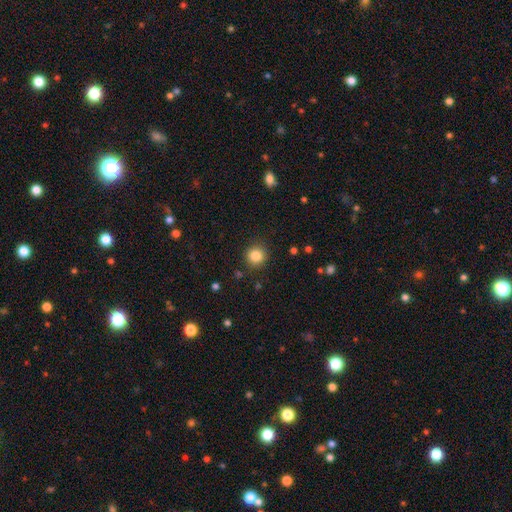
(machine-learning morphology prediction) Smooth or featured?
  - smooth: 85% *
  - star or artifact: 11%
  - featured or disk: 4%
How rounded?
  - round: 92% *
  - in between: 7%
  - cigar-shaped: 1%
Merging?
  - none: 88% *
  - minor disturbance: 8%
  - major disturbance: 3%
  - merger: 2%